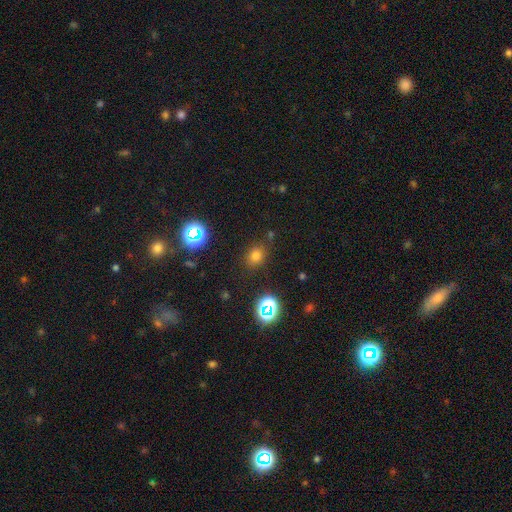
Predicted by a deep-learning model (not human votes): Q: Smooth or featured?
A: smooth (71%); runner-up: star or artifact (22%)
Q: How rounded?
A: round (64%); runner-up: in between (35%)
Q: Merging?
A: none (82%); runner-up: minor disturbance (11%)